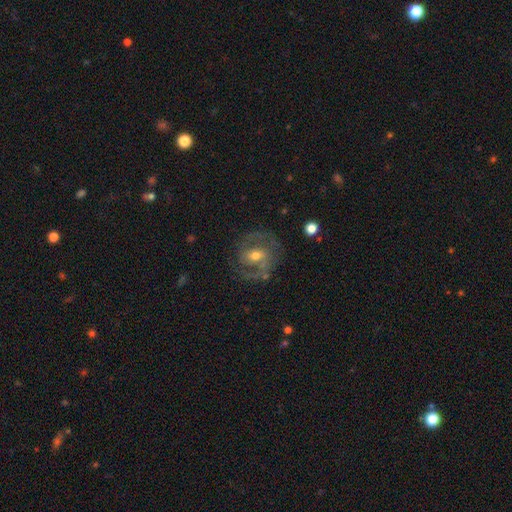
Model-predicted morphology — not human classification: smooth_or_featured: featured or disk (p=0.80) [alt: smooth p=0.13]
disk_edge_on: no (p=0.97) [alt: yes p=0.03]
bar: weak (p=0.47) [alt: no p=0.31]
has_spiral_arms: yes (p=0.89) [alt: no p=0.11]
spiral_winding: medium (p=0.53) [alt: tight p=0.31]
spiral_arm_count: 2 (p=0.82) [alt: can't tell p=0.08]
bulge_size: moderate (p=0.64) [alt: small p=0.29]
merging: none (p=0.72) [alt: minor disturbance p=0.16]